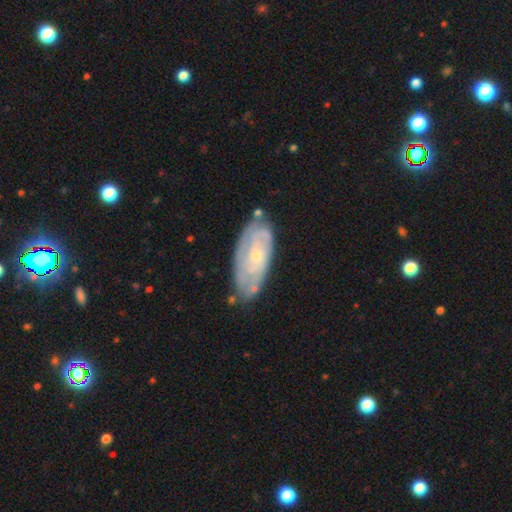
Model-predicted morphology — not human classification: smooth_or_featured: featured or disk (p=0.69) [alt: smooth p=0.25]
disk_edge_on: no (p=0.91) [alt: yes p=0.09]
bar: no (p=0.75) [alt: weak p=0.21]
has_spiral_arms: yes (p=0.77) [alt: no p=0.23]
bulge_size: small (p=0.69) [alt: moderate p=0.26]
merging: none (p=0.66) [alt: minor disturbance p=0.24]